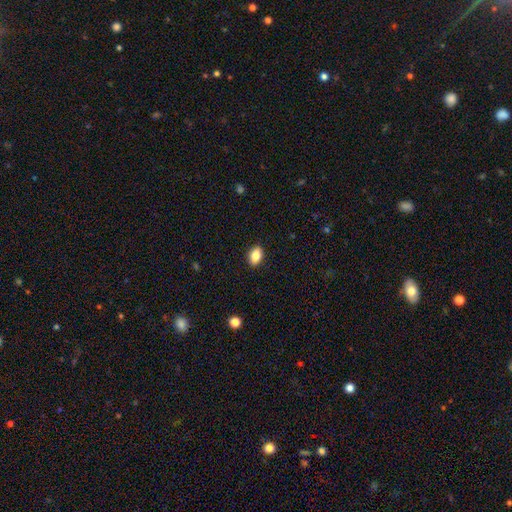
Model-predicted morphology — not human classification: Q: Smooth or featured?
A: smooth (85%); runner-up: star or artifact (8%)
Q: How rounded?
A: in between (85%); runner-up: round (13%)
Q: Merging?
A: none (90%); runner-up: minor disturbance (8%)